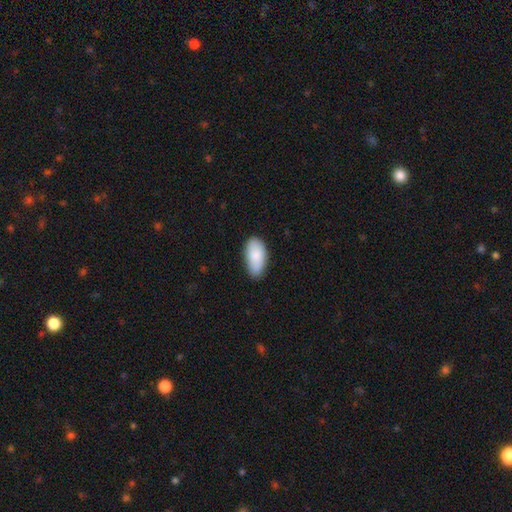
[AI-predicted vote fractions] Smooth or featured? smooth (86%)
How rounded? in between (94%)
Merging? none (77%)